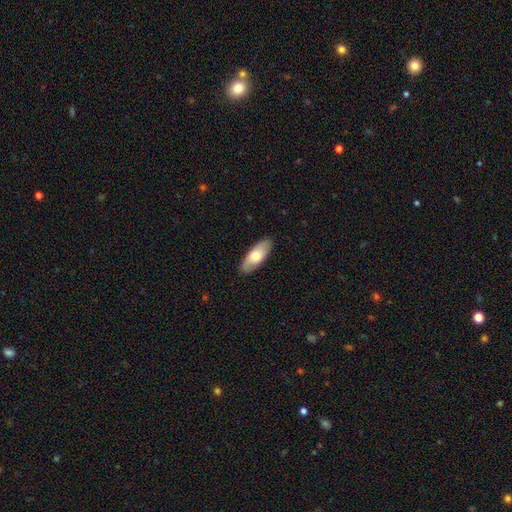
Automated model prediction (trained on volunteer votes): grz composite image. It shows a smooth galaxy with no disk features (69%) that is in between round and cigar-shaped (81%). Merging: none (88%).